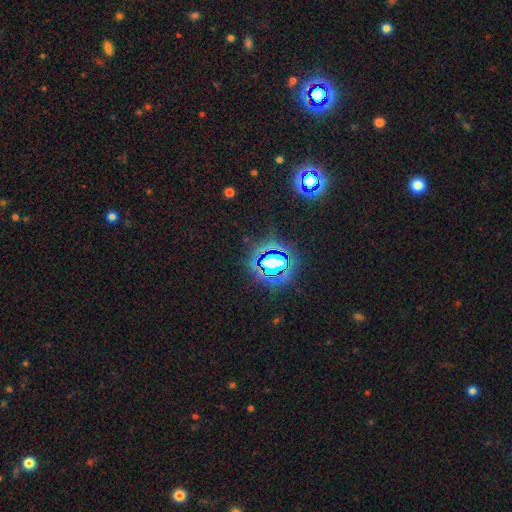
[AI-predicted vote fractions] smooth_or_featured: star or artifact (p=0.80) [alt: smooth p=0.14]